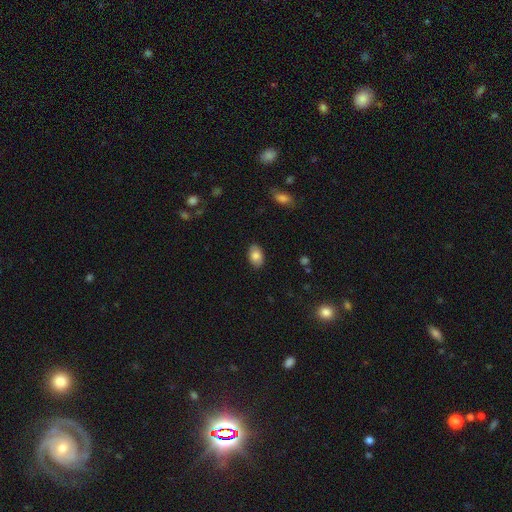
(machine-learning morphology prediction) This appears to be a smooth galaxy with no disk features (82%) that is in between round and cigar-shaped (89%). Merging: none (88%).